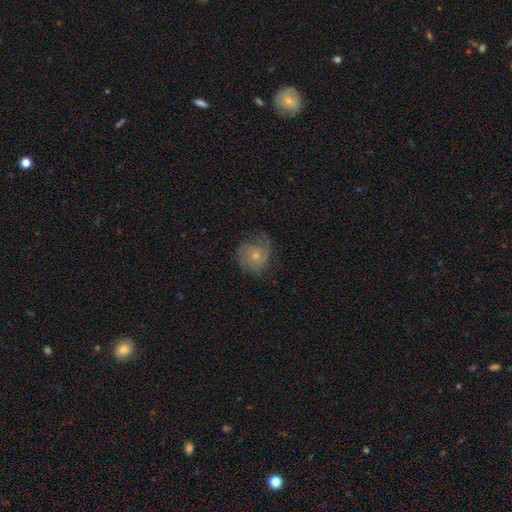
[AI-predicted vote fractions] This appears to be a featured or disk galaxy (65%) with no bar (78%), medium (42%) spiral arms (88%) and a small central bulge (62%). Merging: none (61%).